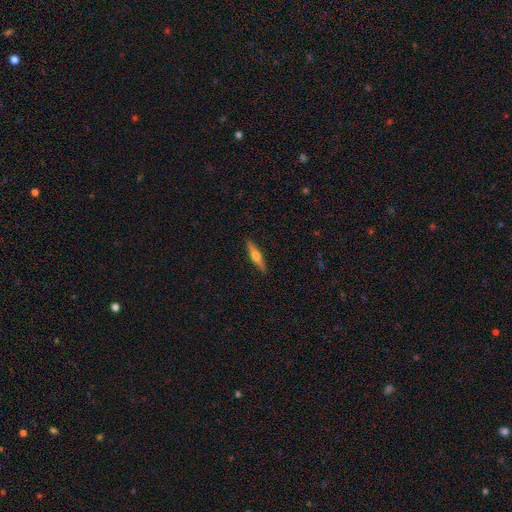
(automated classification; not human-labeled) Smooth or featured?
  - featured or disk: 62% *
  - smooth: 32%
  - star or artifact: 6%
Edge-on disk?
  - yes: 96% *
  - no: 4%
Edge-on bulge?
  - rounded: 94% *
  - boxy: 3%
  - none: 3%
Merging?
  - none: 91% *
  - minor disturbance: 7%
  - major disturbance: 1%
  - merger: 1%